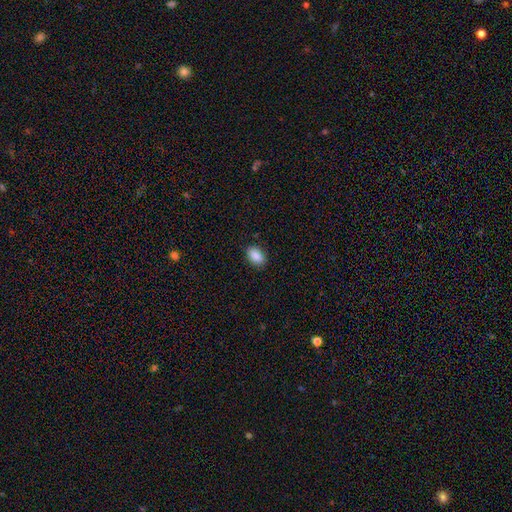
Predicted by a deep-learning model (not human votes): Smooth or featured? Predicted: smooth (p=0.89). How rounded? Predicted: in between (p=0.86). Merging? Predicted: none (p=0.88).